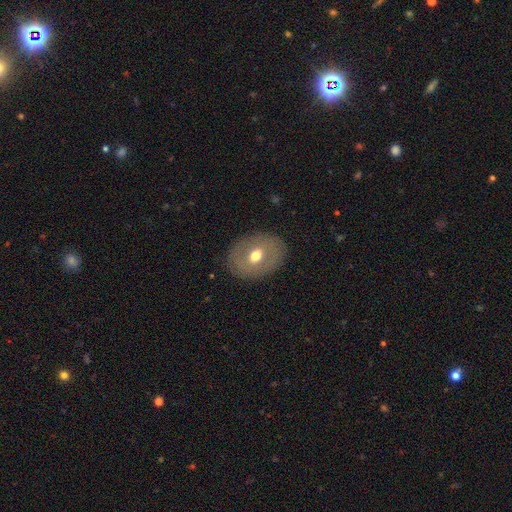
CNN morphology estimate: Overall: smooth (54%; featured or disk 38%). How rounded: in between (62%; round 37%). Merging: none (84%).